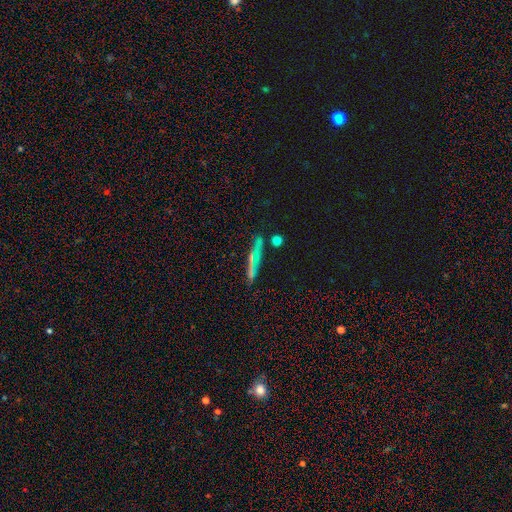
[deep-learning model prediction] Smooth or featured? featured or disk (46%)
Merging? none (70%)